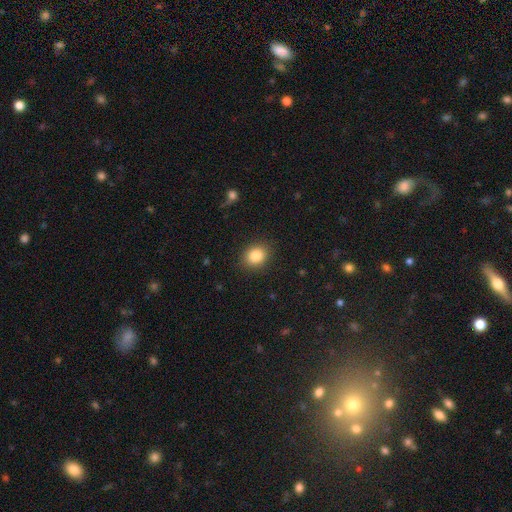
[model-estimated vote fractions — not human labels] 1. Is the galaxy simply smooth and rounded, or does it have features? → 85% smooth, 10% star or artifact, 6% featured or disk.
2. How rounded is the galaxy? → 60% round, 40% in between, 1% cigar-shaped.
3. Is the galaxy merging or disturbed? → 88% none, 8% minor disturbance, 3% major disturbance, 1% merger.